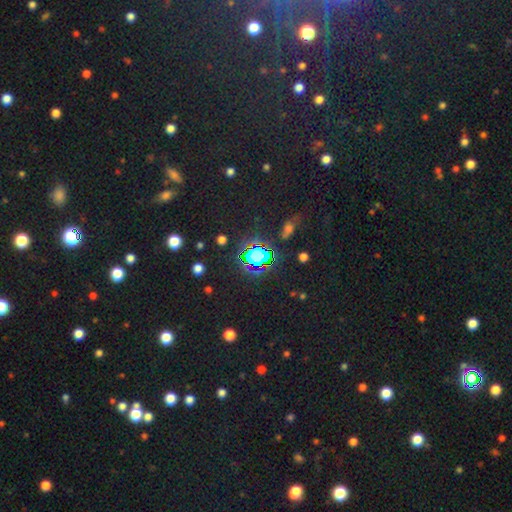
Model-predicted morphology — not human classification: This appears to be a star or artifact, not a galaxy (67%).